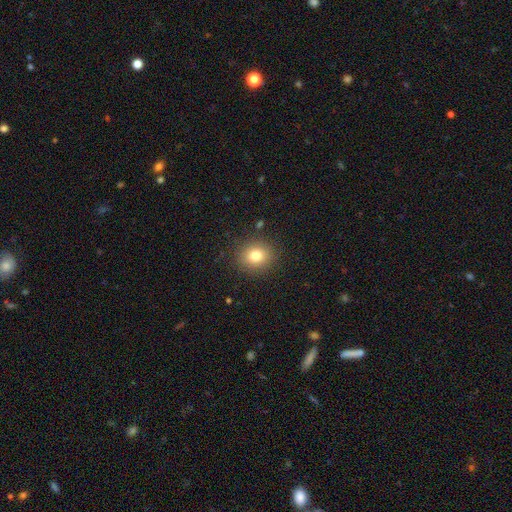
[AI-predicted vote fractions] smooth_or_featured: smooth (p=0.79) [alt: star or artifact p=0.12]
how_rounded: round (p=0.81) [alt: in between p=0.18]
merging: none (p=0.89) [alt: minor disturbance p=0.07]